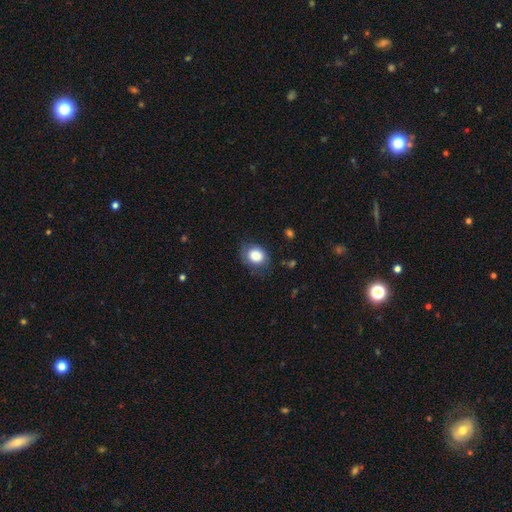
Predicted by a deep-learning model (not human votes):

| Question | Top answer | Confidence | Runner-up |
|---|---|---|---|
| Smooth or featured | smooth | 83% | featured or disk (9%) |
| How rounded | round | 53% | in between (46%) |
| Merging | none | 65% | minor disturbance (25%) |